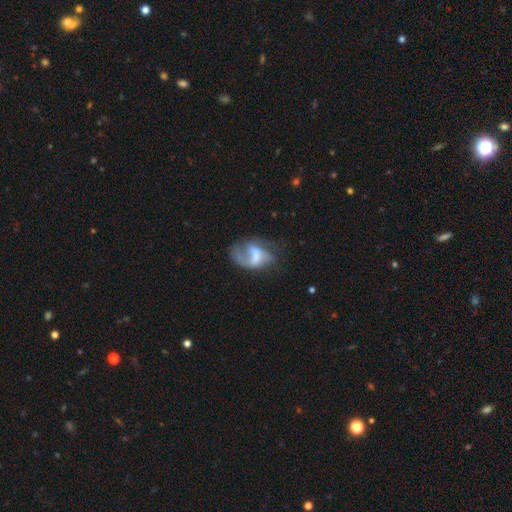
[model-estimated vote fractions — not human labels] This appears to be a featured or disk galaxy (57%) with a weak bar (42%), spiral arms (65%) and no central bulge (38%). Merging: major disturbance (43%).